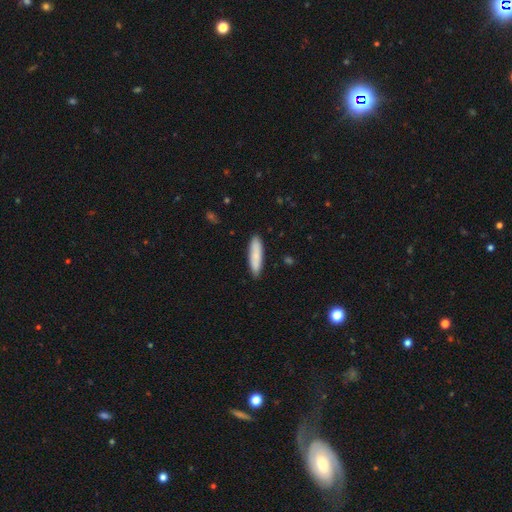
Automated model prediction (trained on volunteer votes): Smooth or featured?
  - smooth: 84% *
  - featured or disk: 10%
  - star or artifact: 6%
How rounded?
  - cigar-shaped: 73% *
  - in between: 25%
  - round: 1%
Merging?
  - none: 88% *
  - minor disturbance: 9%
  - major disturbance: 2%
  - merger: 1%